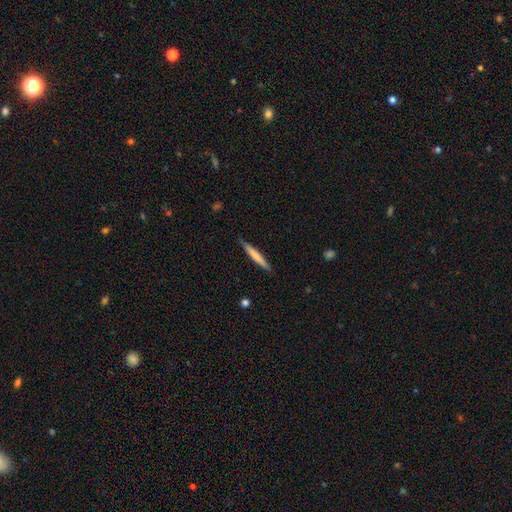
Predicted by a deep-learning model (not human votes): smooth-or-featured: smooth: 66% | featured or disk: 29% | star or artifact: 5%
  how-rounded: cigar-shaped: 96% | in between: 3% | round: 1%
  merging: none: 88% | minor disturbance: 9% | major disturbance: 2% | merger: 1%